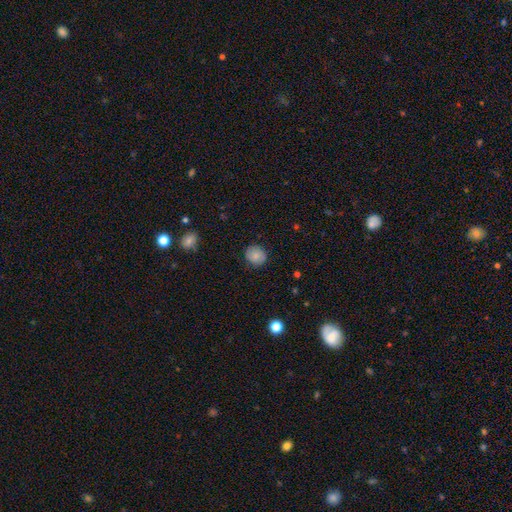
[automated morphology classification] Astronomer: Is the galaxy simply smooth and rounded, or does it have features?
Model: smooth — 84%.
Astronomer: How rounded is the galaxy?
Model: round — 82%.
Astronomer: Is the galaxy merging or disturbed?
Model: none — 86%.